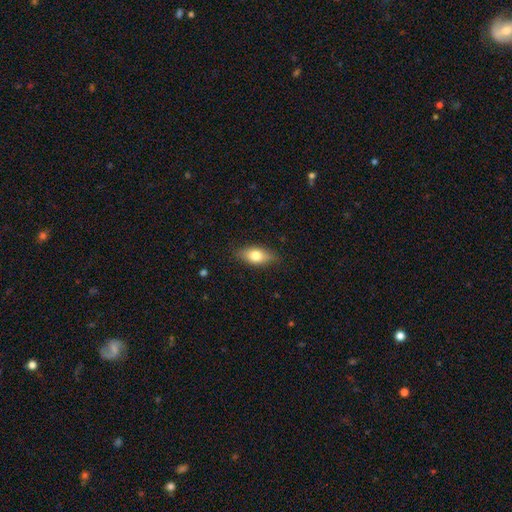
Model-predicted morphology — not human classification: Q: Smooth or featured?
A: smooth (72%); runner-up: featured or disk (20%)
Q: How rounded?
A: in between (82%); runner-up: cigar-shaped (11%)
Q: Merging?
A: none (84%); runner-up: minor disturbance (13%)